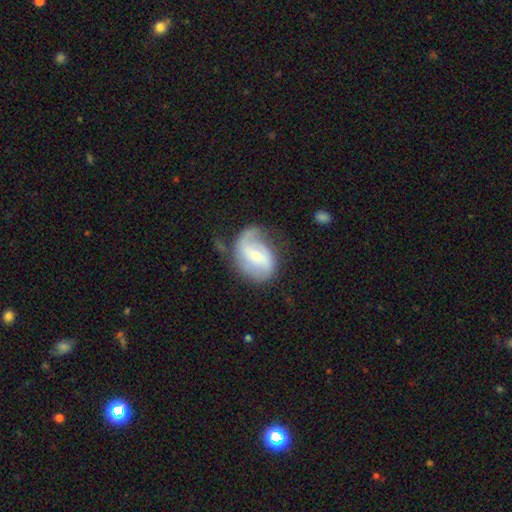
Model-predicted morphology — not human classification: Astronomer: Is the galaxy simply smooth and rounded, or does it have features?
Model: featured or disk — 72%.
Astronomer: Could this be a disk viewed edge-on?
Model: no — 97%.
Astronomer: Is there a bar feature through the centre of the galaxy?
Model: weak — 49% (runner-up: strong, 27%).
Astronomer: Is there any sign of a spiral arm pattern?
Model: yes — 88%.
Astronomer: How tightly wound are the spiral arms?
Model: medium — 42% (runner-up: loose, 35%).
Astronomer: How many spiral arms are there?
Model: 2 — 67%.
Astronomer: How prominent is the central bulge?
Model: small — 57% (runner-up: moderate, 36%).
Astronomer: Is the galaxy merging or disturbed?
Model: none — 50% (runner-up: minor disturbance, 28%).